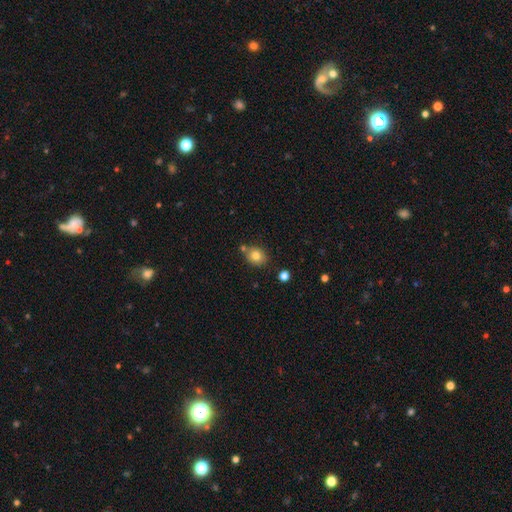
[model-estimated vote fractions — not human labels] Smooth or featured? smooth (79%)
How rounded? round (62%)
Merging? none (72%)